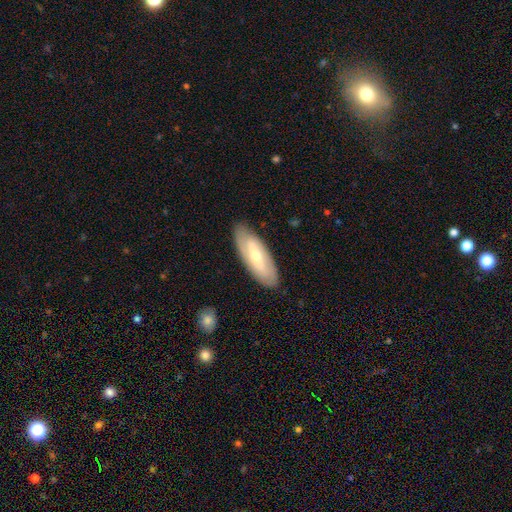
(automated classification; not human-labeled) Smooth or featured: featured or disk — 57% (smooth — 37%)
Edge-on disk: no — 80% (yes — 20%)
Merging: none — 86% (minor disturbance — 10%)